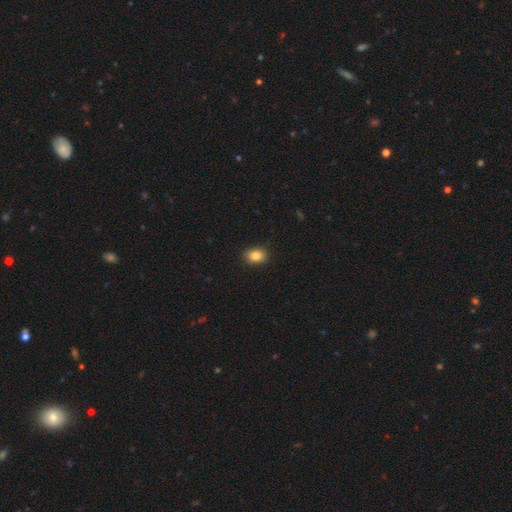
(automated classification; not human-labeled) Morphology: type=smooth (87%); roundness=in between (68%); merging=none (87%).